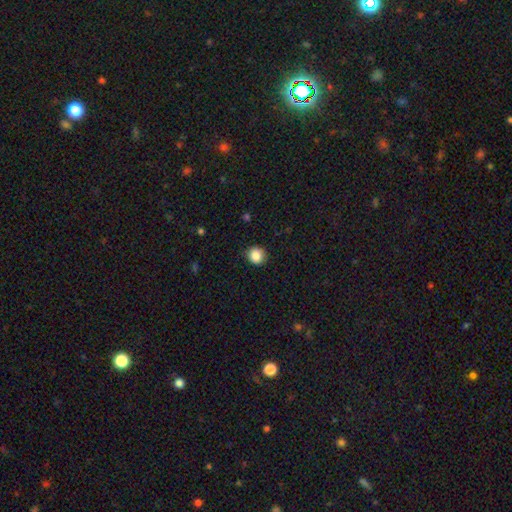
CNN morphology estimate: smooth 87%, star or artifact 10%, featured or disk 3%. Down the decision tree: how rounded — round (90%); merging — none (89%).